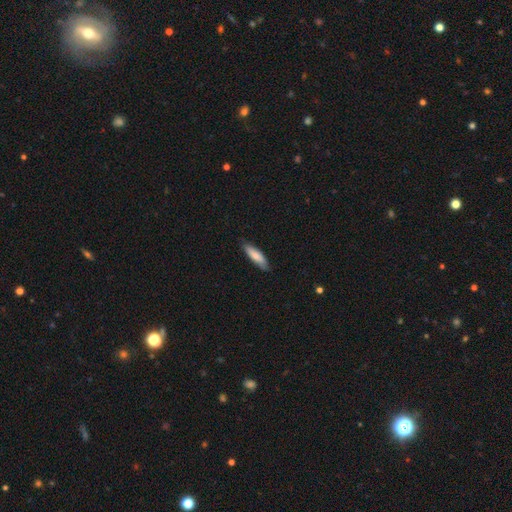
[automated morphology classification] Smooth or featured? smooth (78%)
How rounded? cigar-shaped (61%)
Merging? none (81%)